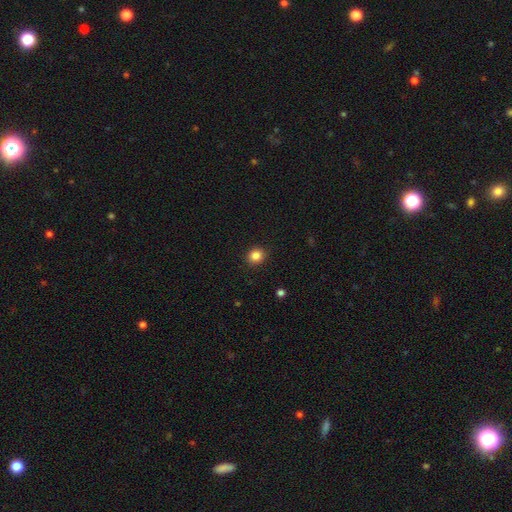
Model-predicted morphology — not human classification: Smooth or featured? Predicted: smooth (p=0.85). How rounded? Predicted: round (p=0.83). Merging? Predicted: none (p=0.91).